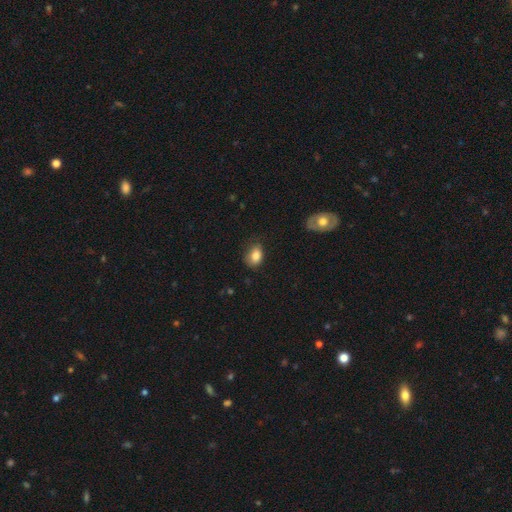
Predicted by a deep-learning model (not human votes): The model was most divided on "merging": none: 63%, minor disturbance: 28%, major disturbance: 7%, merger: 2%. More confident: smooth or featured — smooth (84%); how rounded — in between (78%).